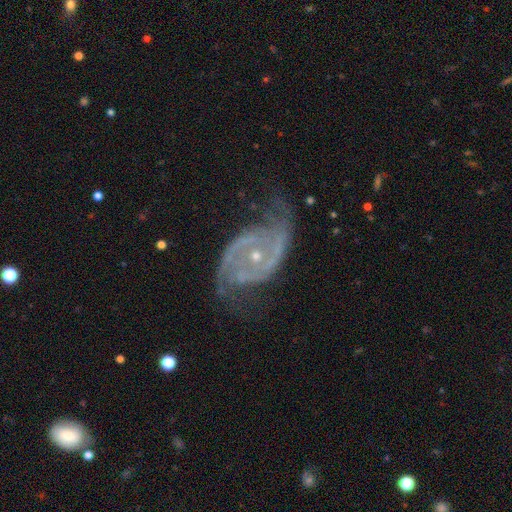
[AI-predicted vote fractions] This is clearly a featured or disk galaxy (90%). It is clearly not viewed edge-on (97%). Bar: likely no (65%). Spiral arm pattern: clearly yes (96%). Spiral arm count: clearly 2 (83%). Spiral winding: possibly medium (48%). Central bulge: likely small (74%). Merging: likely none (61%).